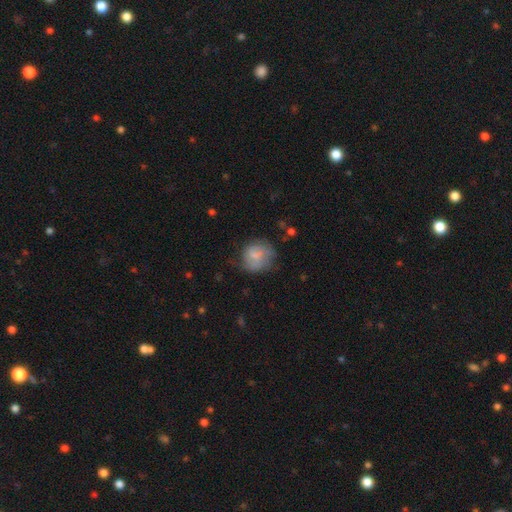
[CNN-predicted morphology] Q: Smooth or featured?
A: smooth (64%); runner-up: featured or disk (28%)
Q: How rounded?
A: round (78%); runner-up: in between (22%)
Q: Merging?
A: none (53%); runner-up: minor disturbance (29%)